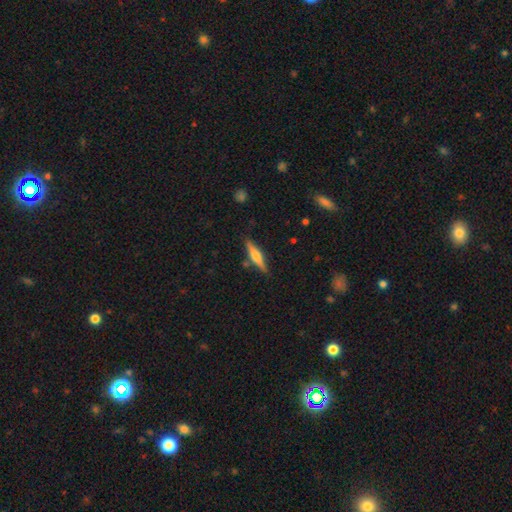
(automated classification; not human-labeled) Smooth or featured? featured or disk (50%)
Edge-on disk? yes (95%)
Merging? none (83%)